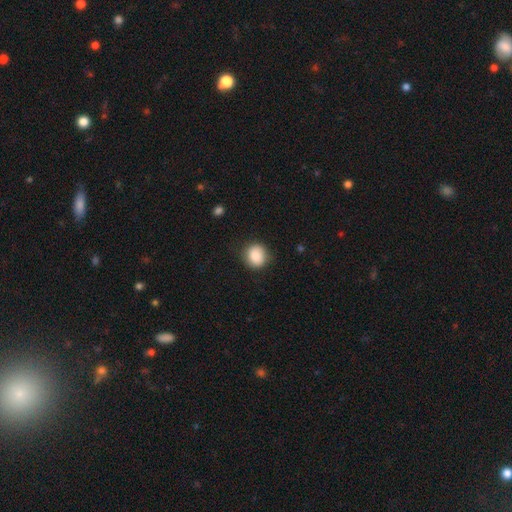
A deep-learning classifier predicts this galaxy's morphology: smooth 87%, star or artifact 8%, featured or disk 6%. Down the decision tree: how rounded — round (79%); merging — none (82%).